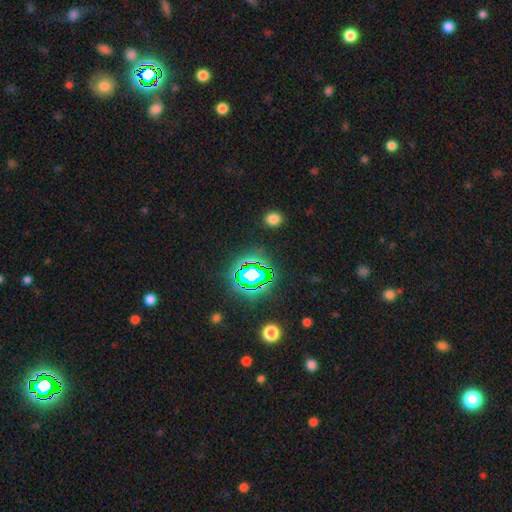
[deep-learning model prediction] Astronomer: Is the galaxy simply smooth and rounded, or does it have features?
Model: star or artifact — 77%.